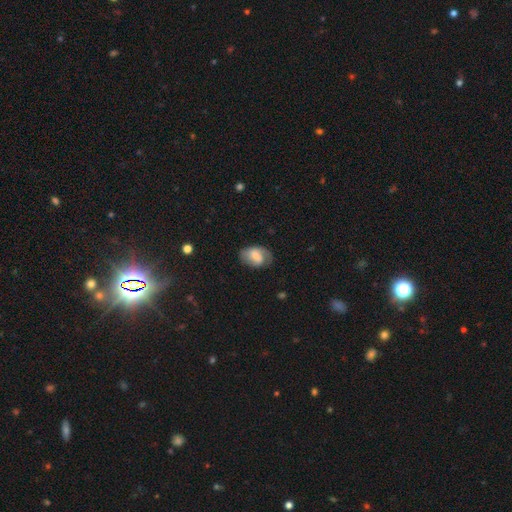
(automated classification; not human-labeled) Overall: smooth (52%; featured or disk 41%). How rounded: in between (84%). Merging: none (62%; minor disturbance 26%).